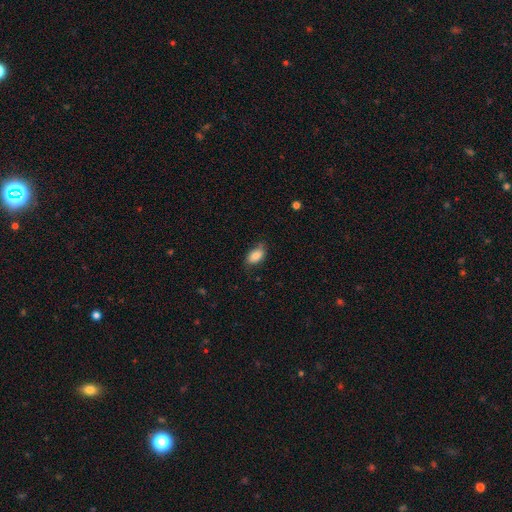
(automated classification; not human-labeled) Smooth or featured: smooth — 83% (featured or disk — 9%)
How rounded: in between — 91% (round — 7%)
Merging: none — 67% (minor disturbance — 26%)